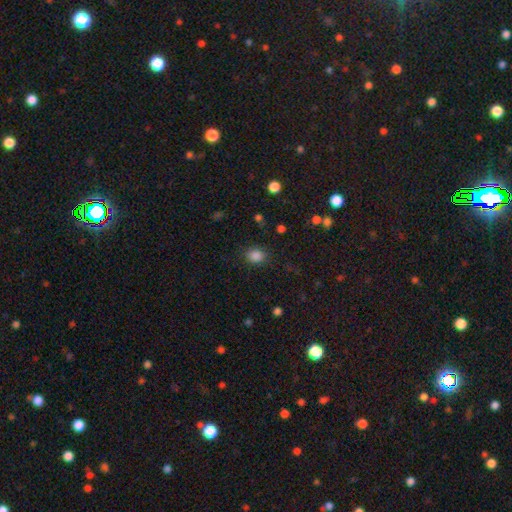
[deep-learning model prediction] Smooth or featured? Predicted: smooth (p=0.85). How rounded? Predicted: round (p=0.56). Merging? Predicted: none (p=0.84).